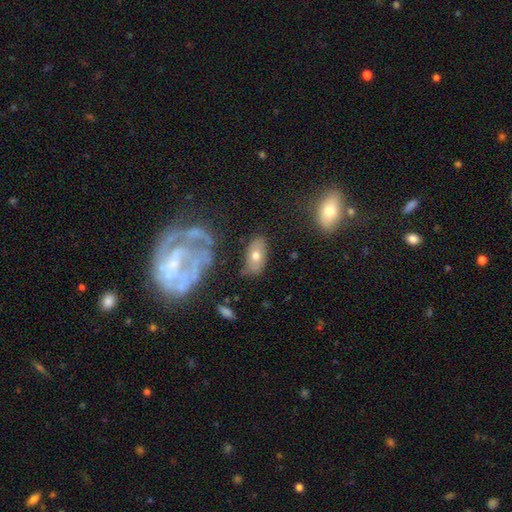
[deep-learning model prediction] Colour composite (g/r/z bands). It shows a smooth galaxy with no disk features (61%) that is in between round and cigar-shaped (90%). Merging: none (71%).